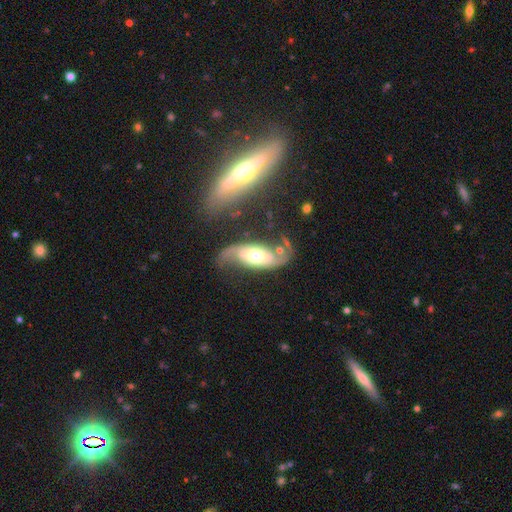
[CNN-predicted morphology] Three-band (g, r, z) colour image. It shows a featured or disk galaxy (81%) with no bar (65%), 2 (90%) loose (49%) spiral arms (93%) and a moderate central bulge (65%). Merging: none (55%).